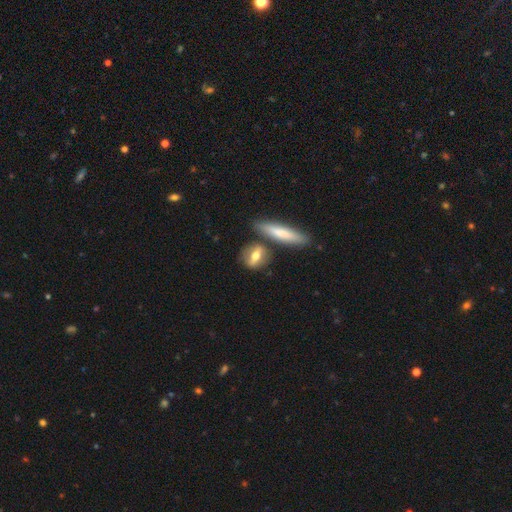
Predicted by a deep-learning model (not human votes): Smooth or featured? Predicted: smooth (p=0.57). How rounded? Predicted: in between (p=0.48). Merging? Predicted: none (p=0.68).